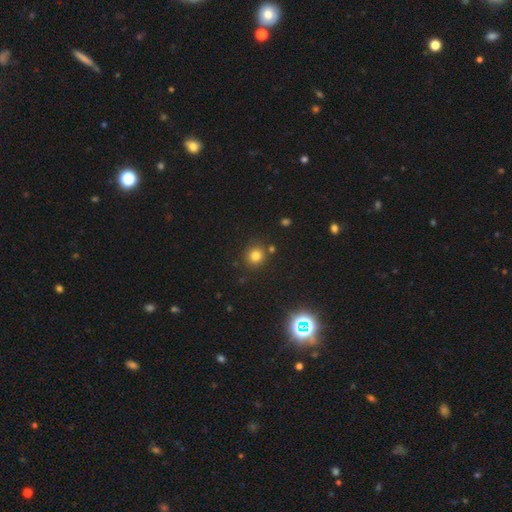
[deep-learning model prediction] The model was most divided on "smooth or featured": smooth: 78%, star or artifact: 15%, featured or disk: 6%. More confident: how rounded — round (88%); merging — none (81%).